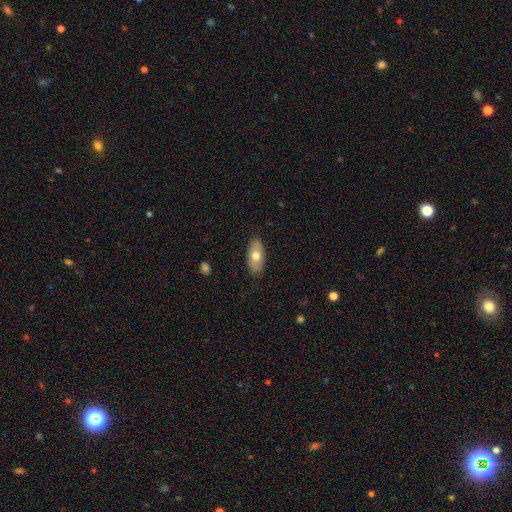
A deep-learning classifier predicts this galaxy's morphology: This is likely a smooth galaxy (70%). How rounded: clearly in between (90%). Merging: clearly none (87%).